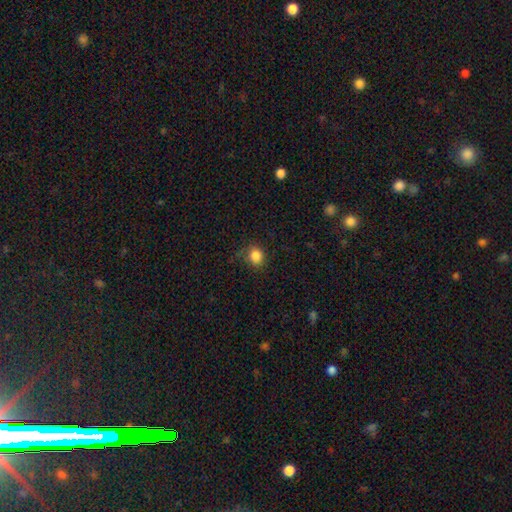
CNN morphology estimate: Q: Smooth or featured?
A: smooth (84%); runner-up: star or artifact (11%)
Q: How rounded?
A: round (75%); runner-up: in between (24%)
Q: Merging?
A: none (77%); runner-up: minor disturbance (16%)